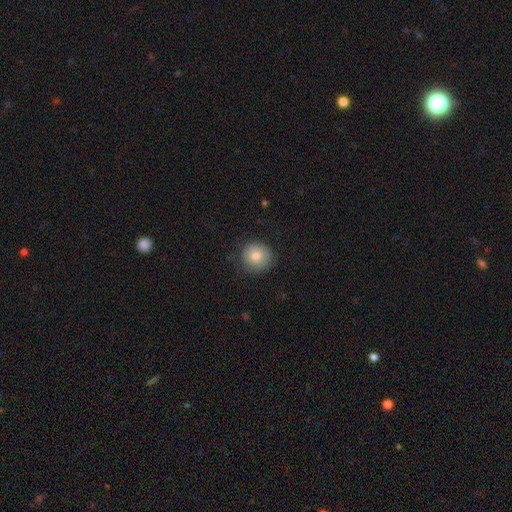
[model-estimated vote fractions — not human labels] Smooth or featured: smooth — 79% (featured or disk — 13%)
How rounded: round — 90% (in between — 9%)
Merging: none — 82% (minor disturbance — 13%)